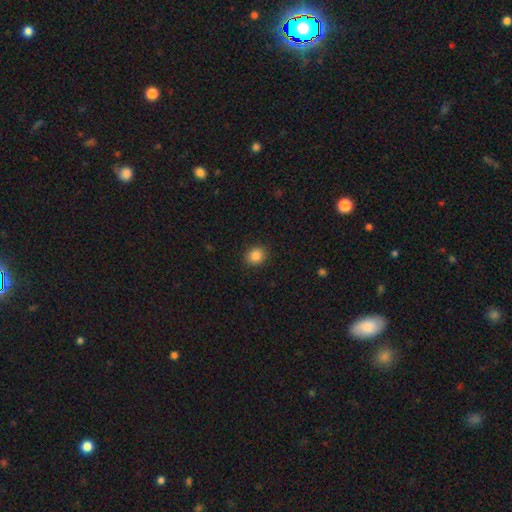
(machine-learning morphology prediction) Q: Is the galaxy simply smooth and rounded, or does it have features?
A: smooth — 85%.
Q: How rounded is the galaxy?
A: round — 74%.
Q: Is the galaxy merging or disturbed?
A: none — 91%.